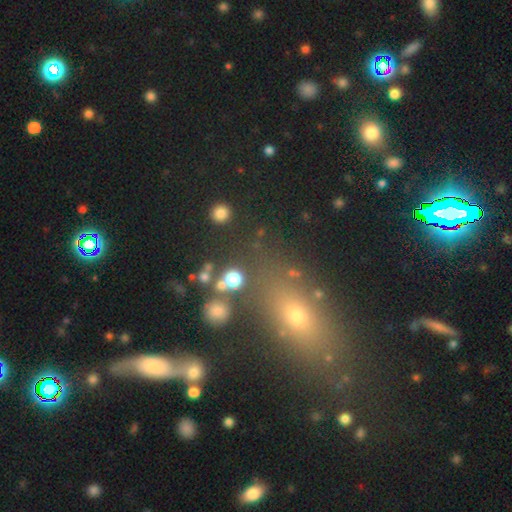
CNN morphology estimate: A smooth galaxy with no disk features (51%) that is in between round and cigar-shaped (54%).

Vote fractions:
- Smooth or featured? smooth: 51% / star or artifact: 32% / featured or disk: 18%
- How rounded? in between: 54% / cigar-shaped: 25% / round: 21%
- Merging? none: 74% / minor disturbance: 12% / merger: 9% / major disturbance: 6%